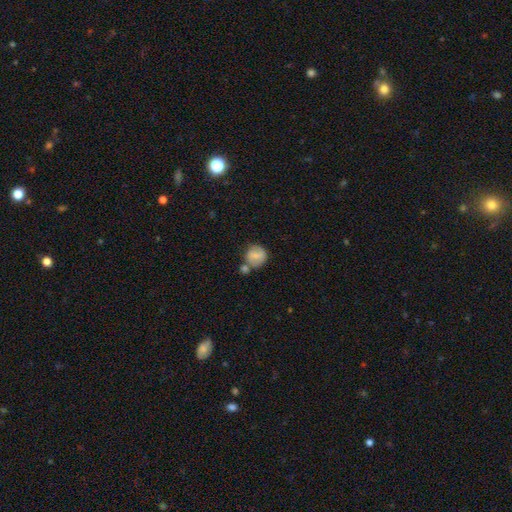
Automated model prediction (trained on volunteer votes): This appears to be a smooth galaxy with no disk features (68%) that is round (79%). Merging: none (49%).